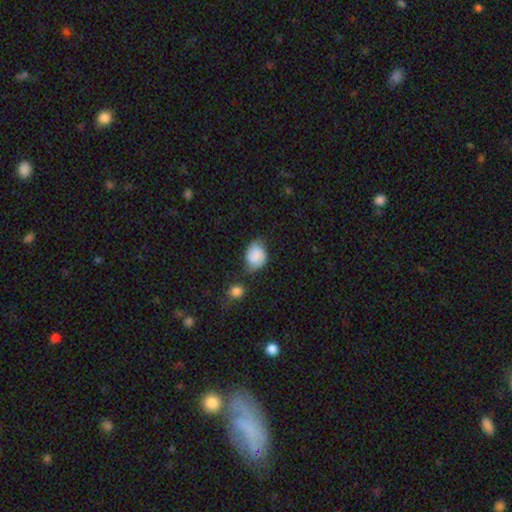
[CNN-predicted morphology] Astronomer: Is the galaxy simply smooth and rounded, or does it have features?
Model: smooth — 76%.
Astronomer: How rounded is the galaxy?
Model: in between — 53% (runner-up: round, 46%).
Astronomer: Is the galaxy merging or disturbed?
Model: none — 54%.